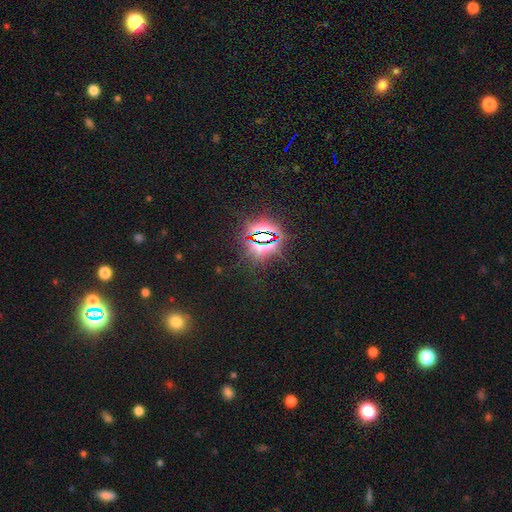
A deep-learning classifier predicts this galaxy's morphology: Smooth or featured?
  - star or artifact: 79% *
  - smooth: 14%
  - featured or disk: 7%